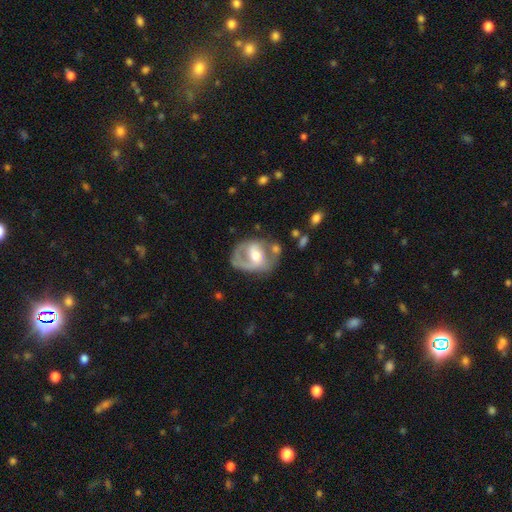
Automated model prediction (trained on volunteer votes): Smooth or featured? Predicted: featured or disk (p=0.74). Edge-on disk? Predicted: no (p=0.96). Bar? Predicted: weak (p=0.44). Spiral arms? Predicted: yes (p=0.73). Spiral winding? Predicted: medium (p=0.47). Spiral arm count? Predicted: 2 (p=0.65). Bulge size? Predicted: moderate (p=0.68). Merging? Predicted: none (p=0.54).